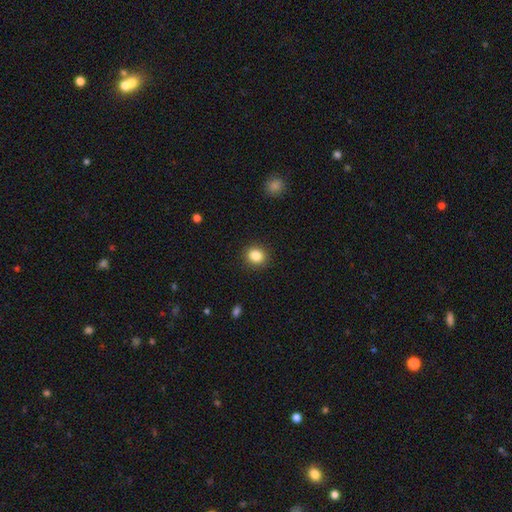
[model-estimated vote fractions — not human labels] smooth_or_featured: smooth (p=0.85) [alt: star or artifact p=0.10]
how_rounded: round (p=0.75) [alt: in between p=0.24]
merging: none (p=0.91) [alt: minor disturbance p=0.06]